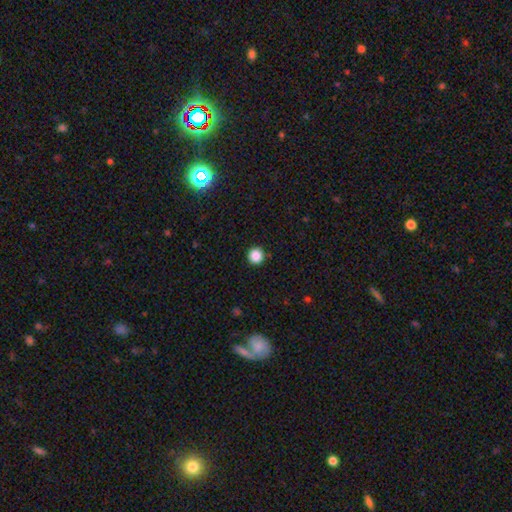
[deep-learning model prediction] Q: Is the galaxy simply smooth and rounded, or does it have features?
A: smooth — 87%.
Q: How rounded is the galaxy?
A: round — 95%.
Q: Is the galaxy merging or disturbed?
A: none — 92%.